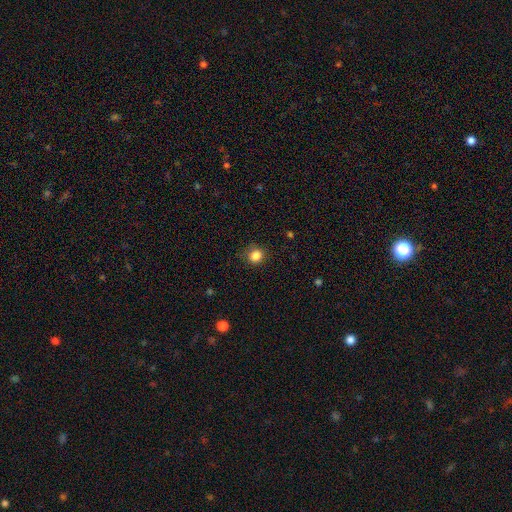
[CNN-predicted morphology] smooth 84%, star or artifact 11%, featured or disk 4%. Down the decision tree: how rounded — round (85%); merging — none (82%).